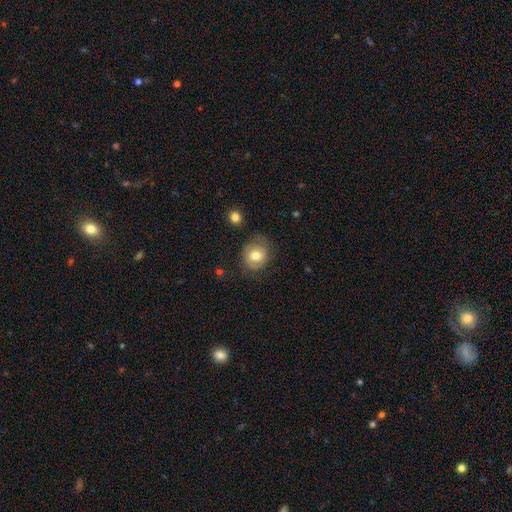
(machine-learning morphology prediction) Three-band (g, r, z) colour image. It shows a smooth galaxy with no disk features (71%) that is round (65%). Merging: none (67%).